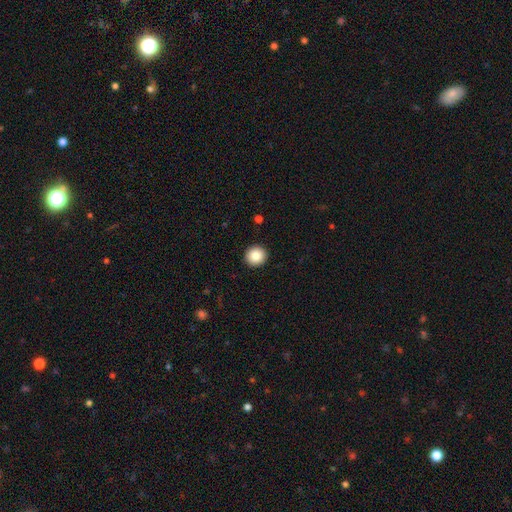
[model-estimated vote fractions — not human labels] This appears to be a smooth galaxy with no disk features (86%) that is round (92%). Merging: none (93%).